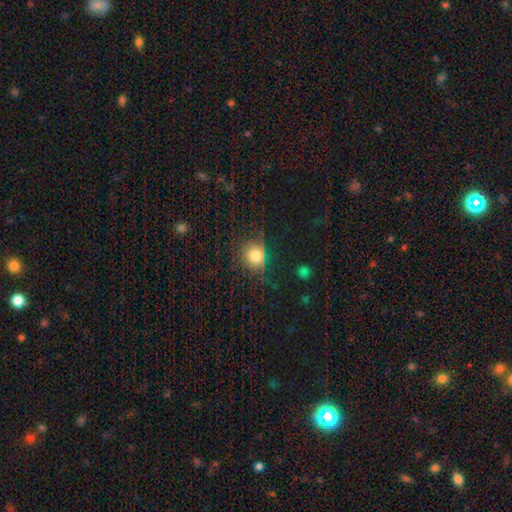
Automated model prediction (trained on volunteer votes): Smooth or featured: smooth — 68% (star or artifact — 20%)
How rounded: round — 81% (in between — 17%)
Merging: none — 73% (minor disturbance — 16%)